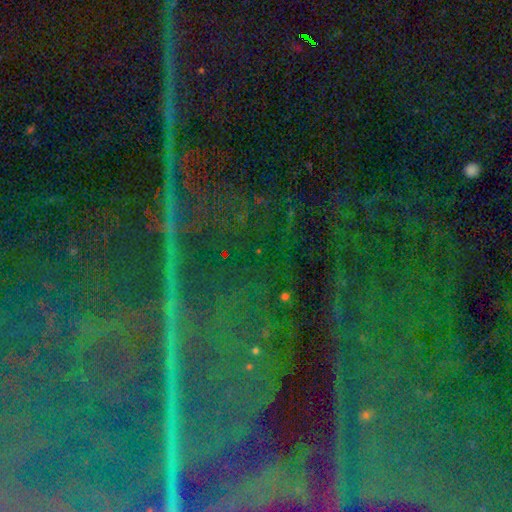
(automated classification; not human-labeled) Smooth or featured? star or artifact (87%)